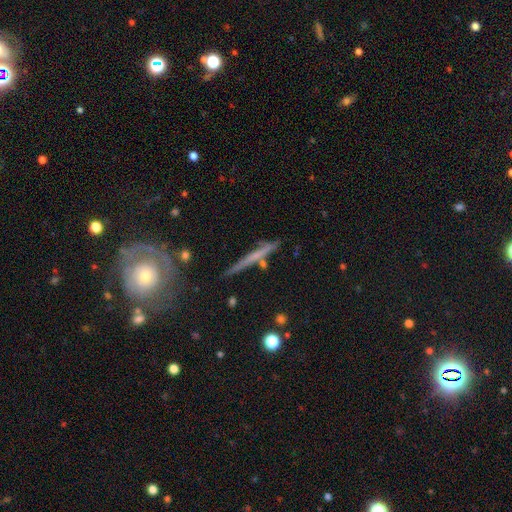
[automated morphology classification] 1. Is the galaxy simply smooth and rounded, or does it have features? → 57% featured or disk, 37% smooth, 7% star or artifact.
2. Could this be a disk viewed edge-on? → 93% yes, 7% no.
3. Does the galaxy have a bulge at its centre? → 82% none, 13% rounded, 5% boxy.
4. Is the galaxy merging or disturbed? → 80% none, 13% minor disturbance, 4% merger, 3% major disturbance.